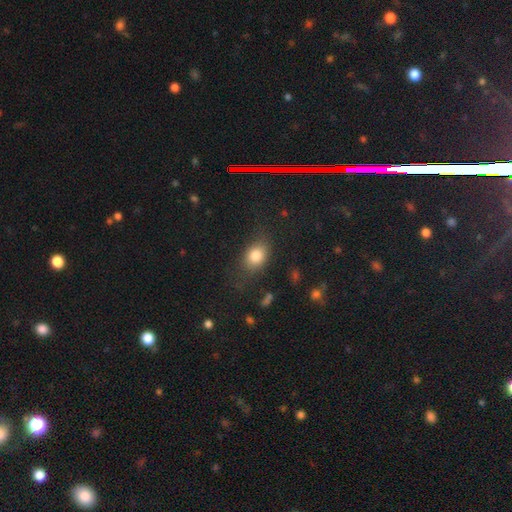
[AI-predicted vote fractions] smooth-or-featured: smooth: 82% | star or artifact: 10% | featured or disk: 9%
  how-rounded: in between: 69% | round: 29% | cigar-shaped: 2%
  merging: none: 70% | minor disturbance: 20% | major disturbance: 9% | merger: 2%